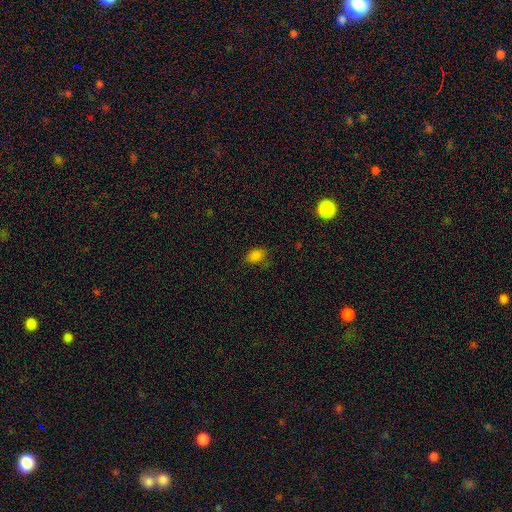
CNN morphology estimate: Smooth or featured?
  - smooth: 80% *
  - star or artifact: 15%
  - featured or disk: 4%
How rounded?
  - in between: 80% *
  - round: 19%
  - cigar-shaped: 1%
Merging?
  - none: 74% *
  - minor disturbance: 19%
  - major disturbance: 5%
  - merger: 2%